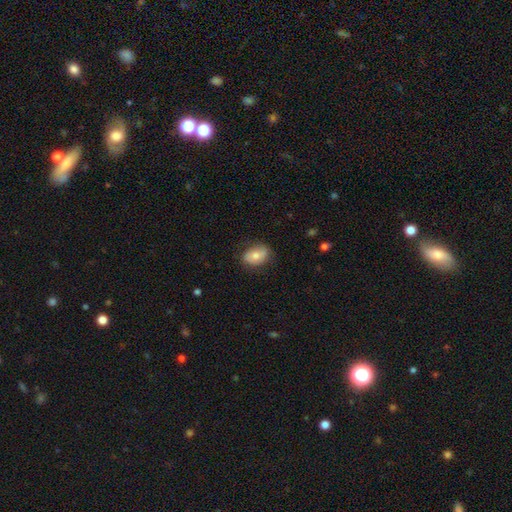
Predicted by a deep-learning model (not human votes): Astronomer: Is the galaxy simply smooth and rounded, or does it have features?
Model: smooth — 66%.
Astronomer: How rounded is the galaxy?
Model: in between — 77%.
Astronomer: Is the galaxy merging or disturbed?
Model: none — 76%.